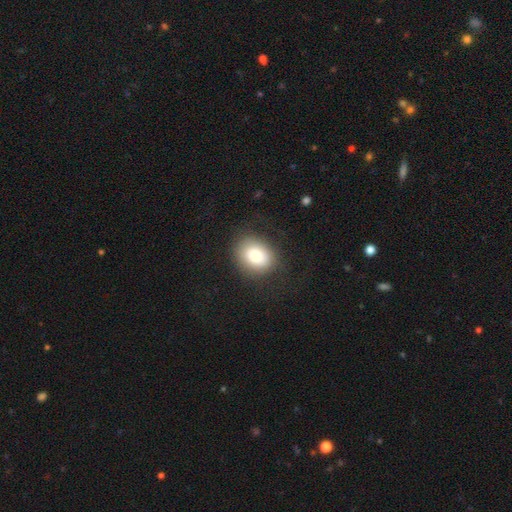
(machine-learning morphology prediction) Q: Smooth or featured?
A: smooth (82%); runner-up: featured or disk (9%)
Q: How rounded?
A: in between (52%); runner-up: round (47%)
Q: Merging?
A: none (79%); runner-up: minor disturbance (13%)